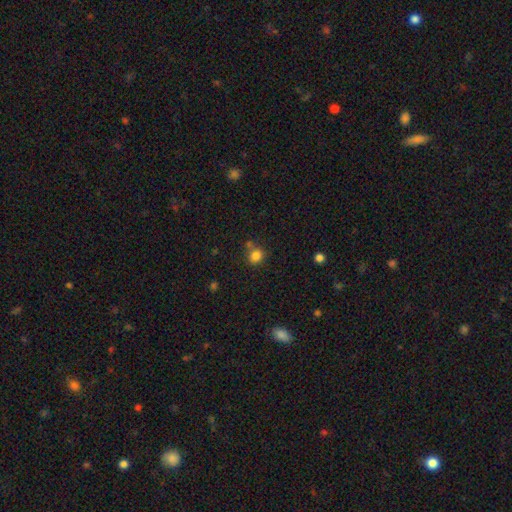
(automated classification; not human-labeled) smooth 83%, star or artifact 12%, featured or disk 5%. Down the decision tree: how rounded — round (78%); merging — none (65%).